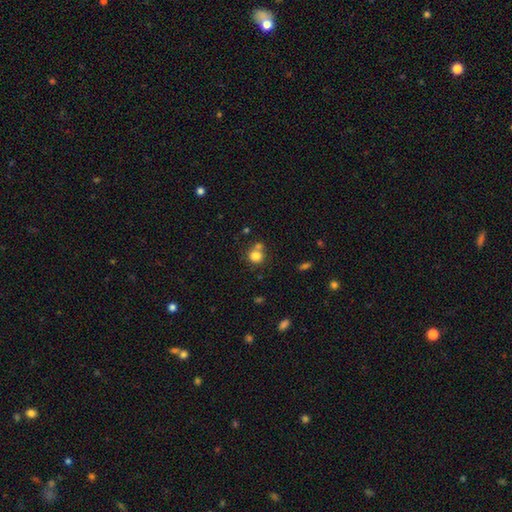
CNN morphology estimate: Q: Smooth or featured?
A: smooth (80%); runner-up: star or artifact (11%)
Q: How rounded?
A: round (84%); runner-up: in between (15%)
Q: Merging?
A: none (56%); runner-up: merger (29%)